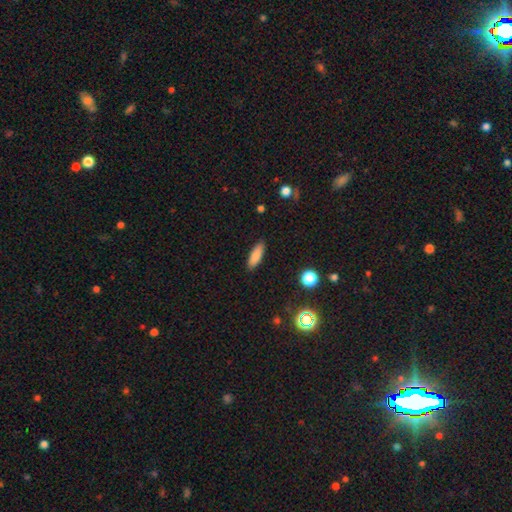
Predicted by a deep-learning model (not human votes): Smooth or featured? Predicted: smooth (p=0.82). How rounded? Predicted: in between (p=0.50). Merging? Predicted: none (p=0.89).